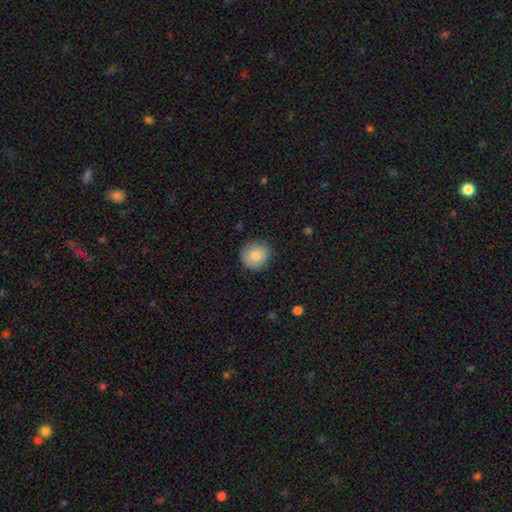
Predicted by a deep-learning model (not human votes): Smooth or featured?
  - smooth: 82% *
  - featured or disk: 10%
  - star or artifact: 8%
How rounded?
  - round: 90% *
  - in between: 9%
  - cigar-shaped: 1%
Merging?
  - none: 85% *
  - minor disturbance: 12%
  - major disturbance: 3%
  - merger: 1%